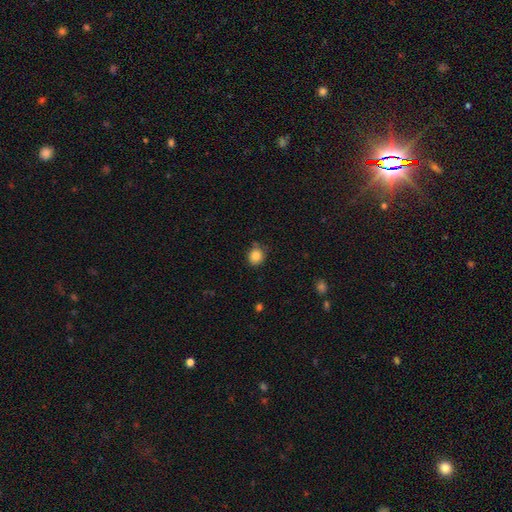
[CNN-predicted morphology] smooth_or_featured: smooth (p=0.85) [alt: star or artifact p=0.10]
how_rounded: round (p=0.85) [alt: in between p=0.14]
merging: none (p=0.79) [alt: minor disturbance p=0.15]